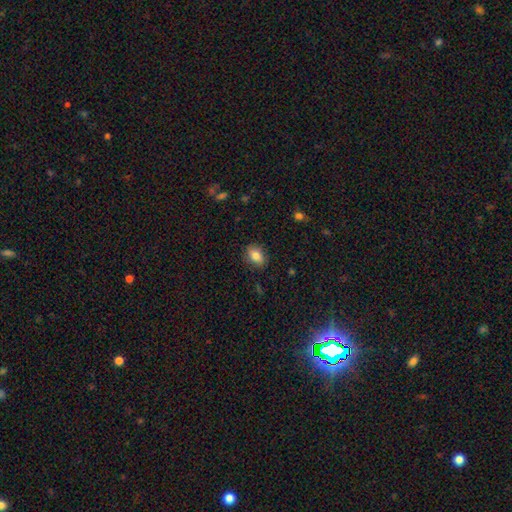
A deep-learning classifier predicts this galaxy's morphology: Smooth or featured? smooth (81%)
How rounded? in between (78%)
Merging? none (84%)